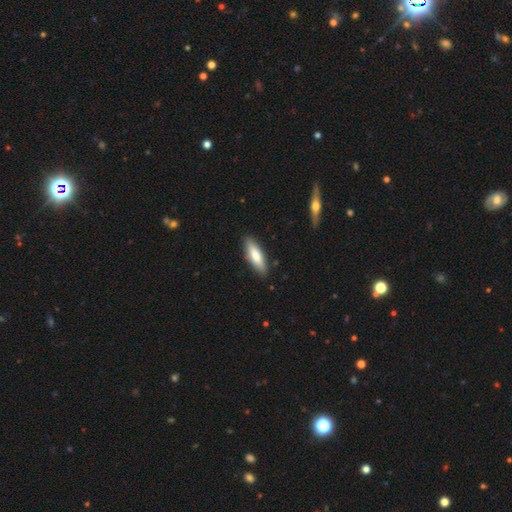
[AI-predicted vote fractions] This is likely a smooth galaxy (73%). How rounded: possibly cigar-shaped (57%). Merging: clearly none (87%).